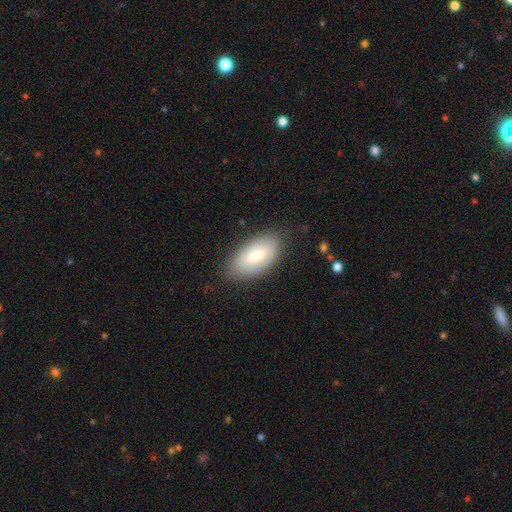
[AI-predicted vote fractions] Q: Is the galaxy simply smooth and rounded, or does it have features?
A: smooth — 77%.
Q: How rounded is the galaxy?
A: in between — 94%.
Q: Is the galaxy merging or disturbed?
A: none — 79%.